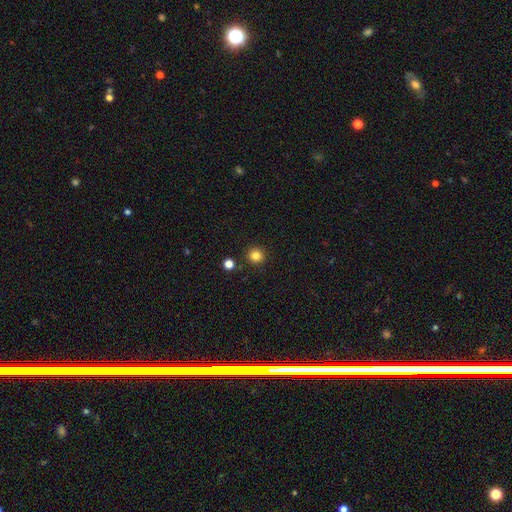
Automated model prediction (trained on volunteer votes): A smooth galaxy with no disk features (83%) that is round (94%). Merging: none (91%).